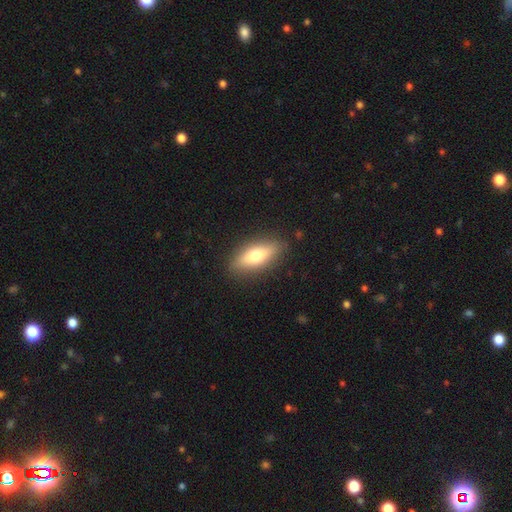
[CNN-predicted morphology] Smooth or featured?
  - smooth: 67% *
  - featured or disk: 26%
  - star or artifact: 7%
How rounded?
  - in between: 65% *
  - cigar-shaped: 32%
  - round: 3%
Merging?
  - none: 86% *
  - minor disturbance: 10%
  - major disturbance: 2%
  - merger: 1%